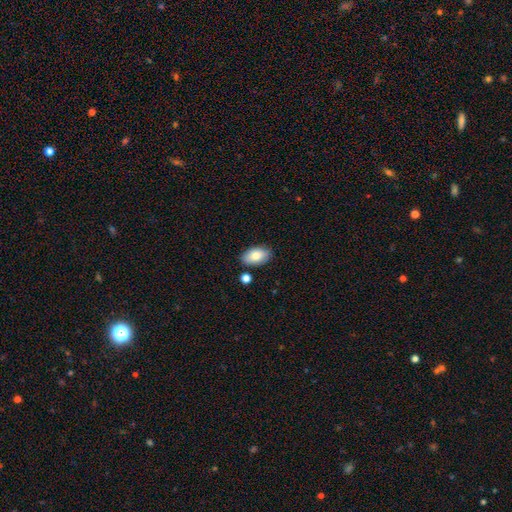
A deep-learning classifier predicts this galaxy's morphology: Smooth or featured? Predicted: smooth (p=0.80). How rounded? Predicted: in between (p=0.93). Merging? Predicted: none (p=0.83).